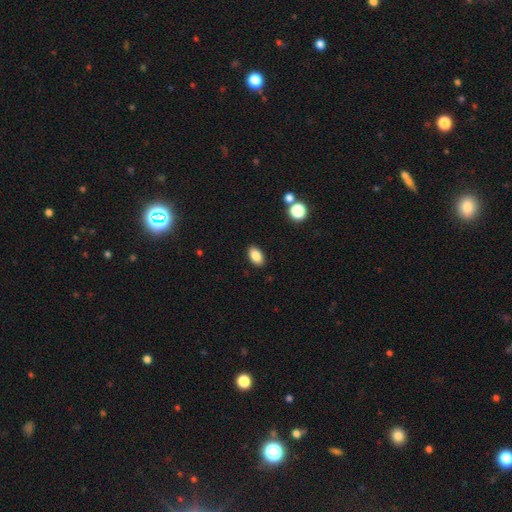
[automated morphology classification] Smooth or featured?
  - smooth: 86% *
  - star or artifact: 9%
  - featured or disk: 6%
How rounded?
  - in between: 91% *
  - round: 7%
  - cigar-shaped: 2%
Merging?
  - none: 89% *
  - minor disturbance: 7%
  - major disturbance: 2%
  - merger: 1%